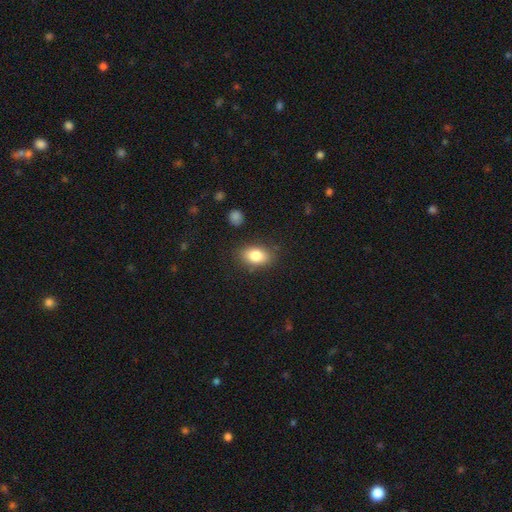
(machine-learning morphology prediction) Smooth or featured? smooth (81%)
How rounded? in between (85%)
Merging? none (82%)